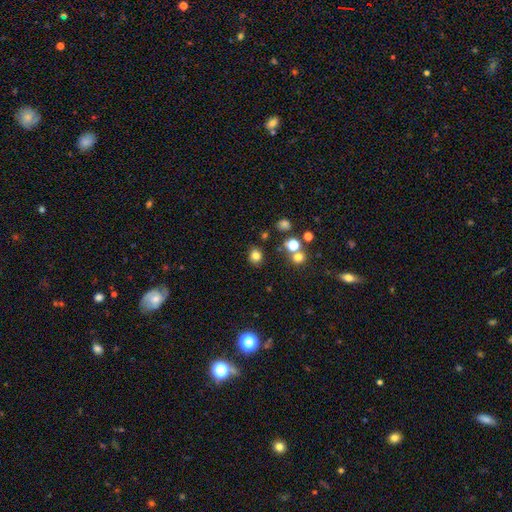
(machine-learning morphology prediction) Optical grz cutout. It shows a smooth galaxy with no disk features (79%) that is round (74%). Merging: none (83%).